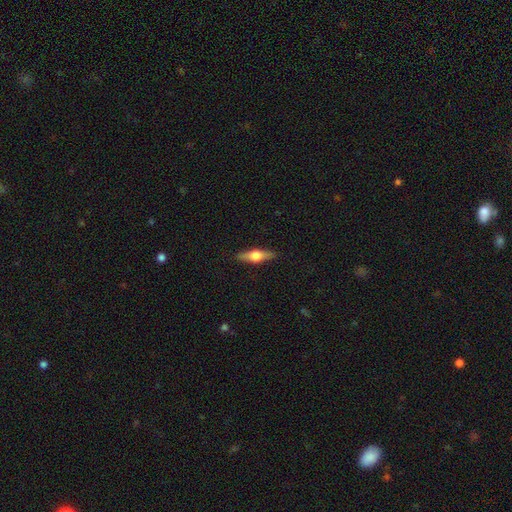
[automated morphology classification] Smooth or featured? featured or disk (55%)
Edge-on disk? yes (95%)
Edge-on bulge? rounded (94%)
Merging? none (89%)